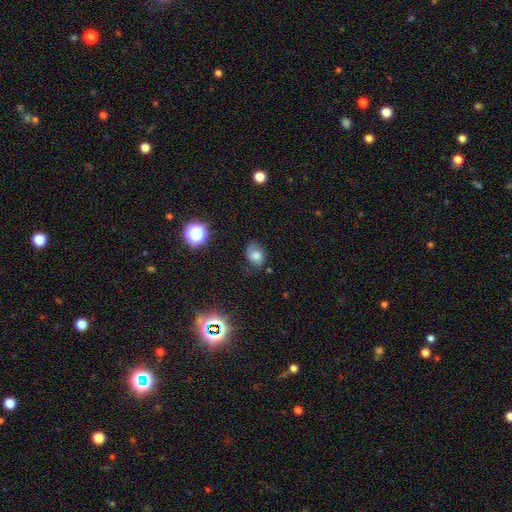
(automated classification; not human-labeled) This is likely a smooth galaxy (72%). How rounded: likely in between (66%). Merging: possibly none (58%).